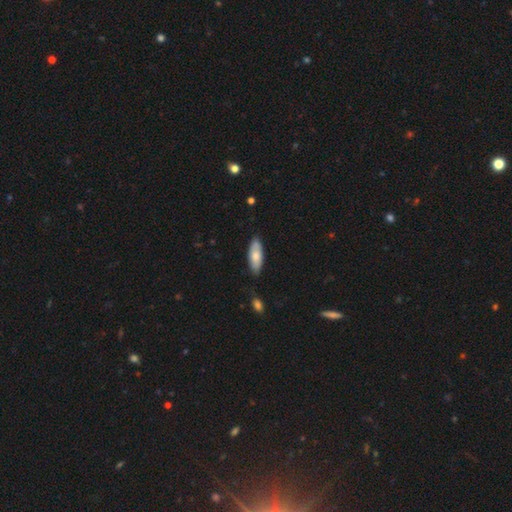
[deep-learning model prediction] smooth 73%, featured or disk 21%, star or artifact 6%. Down the decision tree: how rounded — in between (73%); merging — none (79%).